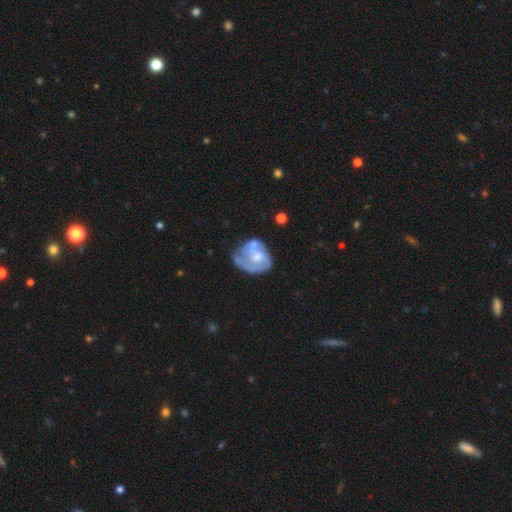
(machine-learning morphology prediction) A featured or disk galaxy (63%) with no bar (70%), spiral arms (60%) and a moderate central bulge (46%).

Vote fractions:
- Smooth or featured? featured or disk: 63% / smooth: 31% / star or artifact: 7%
- Edge-on disk? no: 98% / yes: 2%
- Bar? no: 70% / weak: 26% / strong: 4%
- Spiral arms? yes: 60% / no: 40%
- Bulge size? moderate: 46% / small: 33% / none: 15% / large: 6% / dominant: 1%
- Merging? none: 36% / minor disturbance: 29% / major disturbance: 24% / merger: 11%